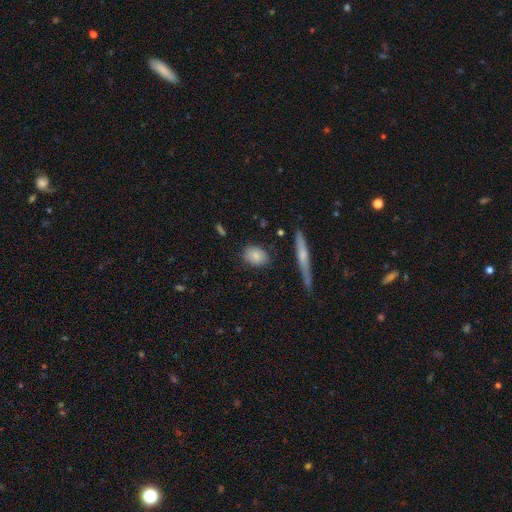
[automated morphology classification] A smooth galaxy with no disk features (82%) that is in between round and cigar-shaped (59%). Merging: none (82%).